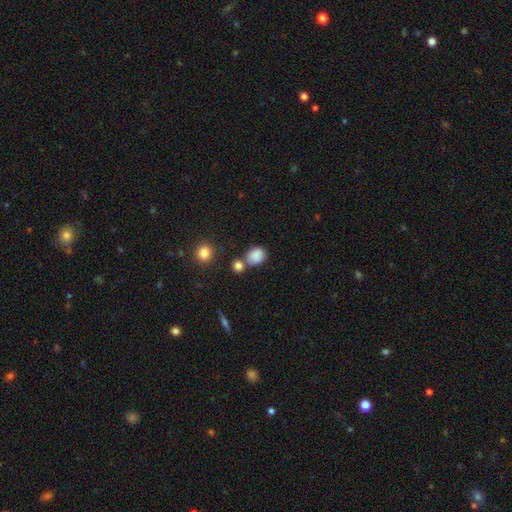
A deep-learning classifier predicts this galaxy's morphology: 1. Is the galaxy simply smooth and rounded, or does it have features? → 85% smooth, 10% star or artifact, 5% featured or disk.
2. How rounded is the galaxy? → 51% in between, 48% round, 1% cigar-shaped.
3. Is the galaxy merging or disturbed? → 61% none, 21% merger, 14% minor disturbance, 4% major disturbance.